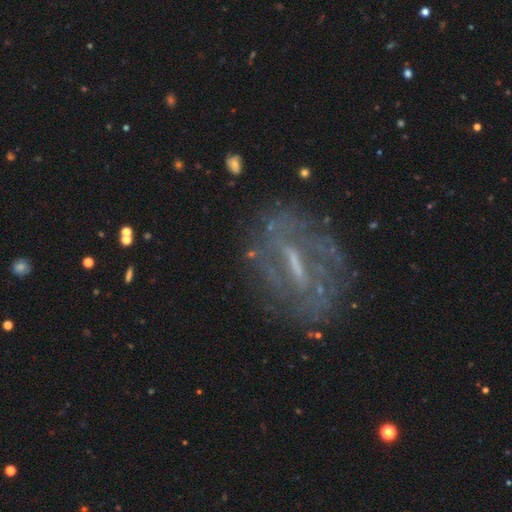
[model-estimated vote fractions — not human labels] This is likely a featured or disk galaxy (78%). It is clearly not viewed edge-on (85%). Bar: possibly strong (58%). Spiral arm pattern: likely yes (62%). Central bulge: marginally small (35%). Merging: likely none (67%).